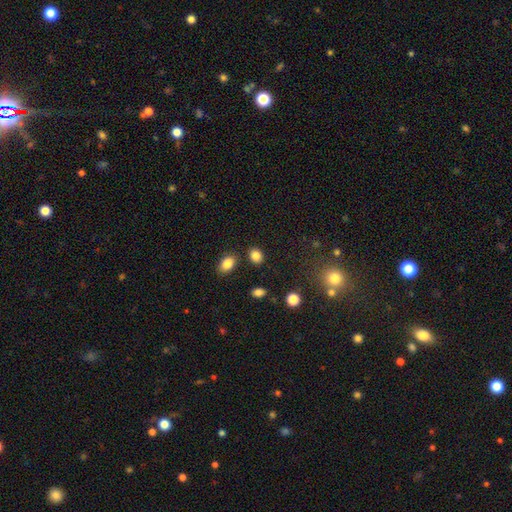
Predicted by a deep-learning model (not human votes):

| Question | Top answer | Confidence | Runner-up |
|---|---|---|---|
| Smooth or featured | smooth | 85% | star or artifact (11%) |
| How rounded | round | 50% | in between (49%) |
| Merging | none | 82% | minor disturbance (9%) |